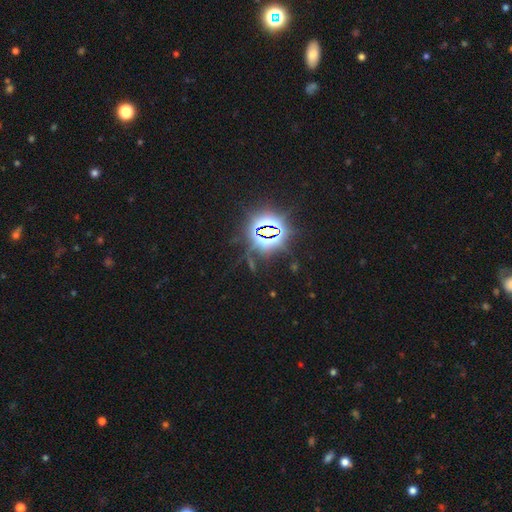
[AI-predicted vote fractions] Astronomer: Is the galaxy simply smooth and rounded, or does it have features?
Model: star or artifact — 85%.